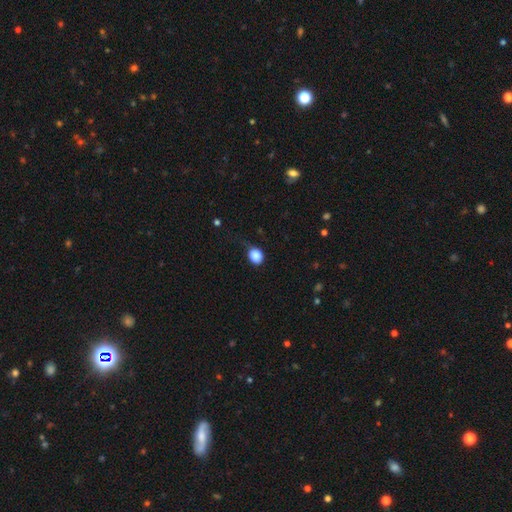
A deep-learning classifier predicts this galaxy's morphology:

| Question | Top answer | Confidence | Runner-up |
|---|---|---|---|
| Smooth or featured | smooth | 86% | star or artifact (9%) |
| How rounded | round | 66% | in between (33%) |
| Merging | none | 57% | minor disturbance (32%) |